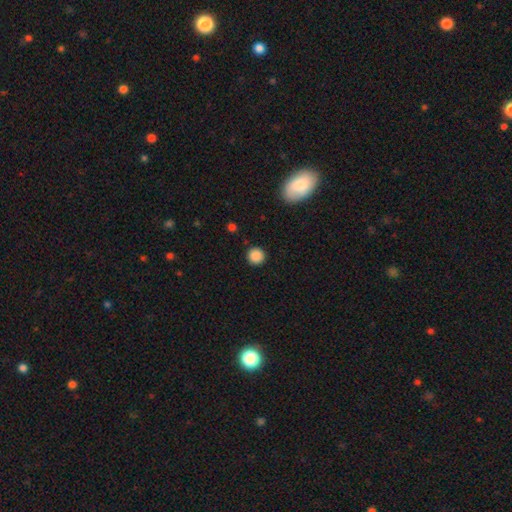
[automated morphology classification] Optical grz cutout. It shows a smooth galaxy with no disk features (87%) that is round (95%). Merging: none (91%).